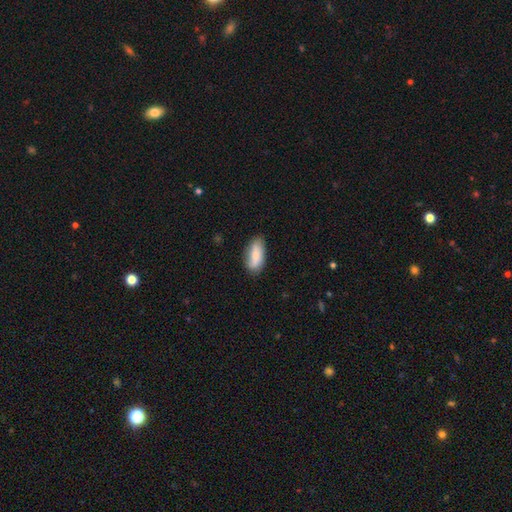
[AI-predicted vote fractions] A smooth galaxy with no disk features (71%) that is in between round and cigar-shaped (84%).

Vote fractions:
- Smooth or featured? smooth: 71% / featured or disk: 23% / star or artifact: 6%
- How rounded? in between: 84% / cigar-shaped: 13% / round: 3%
- Merging? none: 77% / minor disturbance: 18% / major disturbance: 4% / merger: 2%